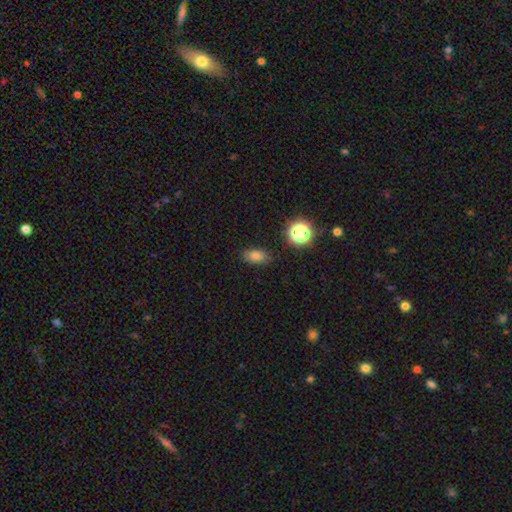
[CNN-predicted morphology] A smooth galaxy with no disk features (78%) that is in between round and cigar-shaped (85%).

Vote fractions:
- Smooth or featured? smooth: 78% / star or artifact: 16% / featured or disk: 7%
- How rounded? in between: 85% / round: 12% / cigar-shaped: 4%
- Merging? none: 85% / minor disturbance: 11% / major disturbance: 3% / merger: 2%